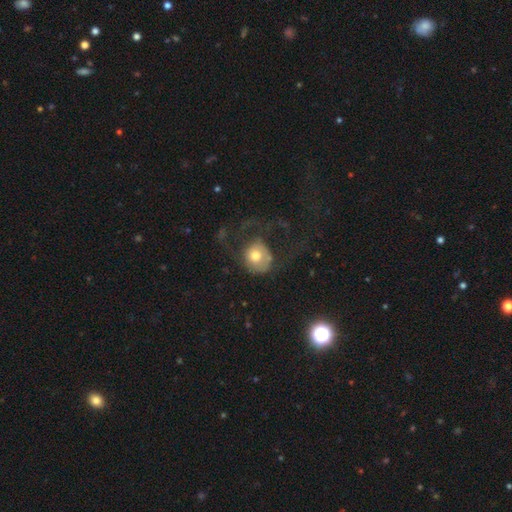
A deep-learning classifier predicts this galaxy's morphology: smooth-or-featured: smooth: 64% | featured or disk: 27% | star or artifact: 9%
  how-rounded: round: 77% | in between: 22% | cigar-shaped: 1%
  merging: major disturbance: 50% | none: 31% | minor disturbance: 17% | merger: 3%